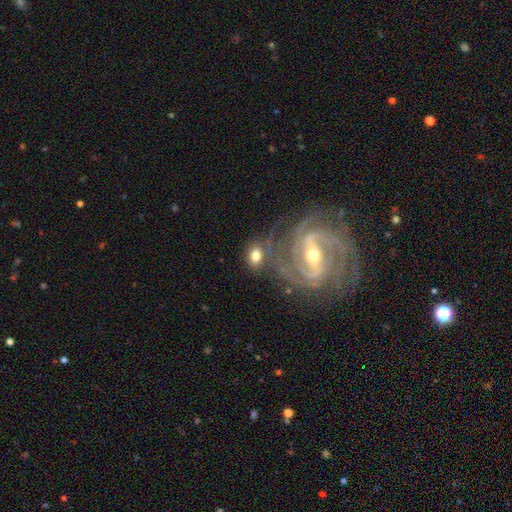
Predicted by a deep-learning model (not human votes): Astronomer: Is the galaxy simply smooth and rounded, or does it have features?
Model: smooth — 53% (runner-up: featured or disk, 39%).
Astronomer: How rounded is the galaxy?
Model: in between — 68%.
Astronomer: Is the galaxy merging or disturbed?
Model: none — 63%.